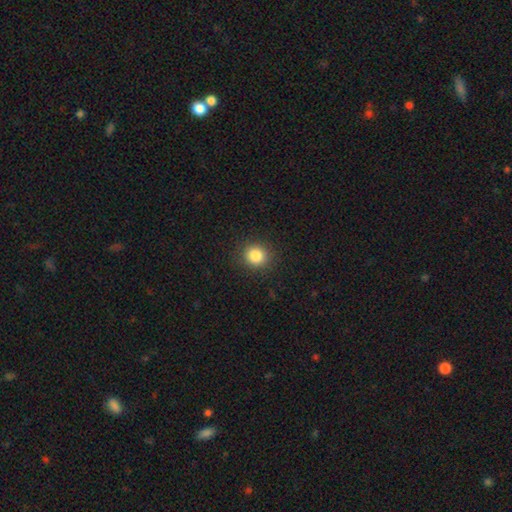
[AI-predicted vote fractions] Smooth or featured: smooth — 85% (star or artifact — 11%)
How rounded: round — 86% (in between — 13%)
Merging: none — 90% (minor disturbance — 6%)